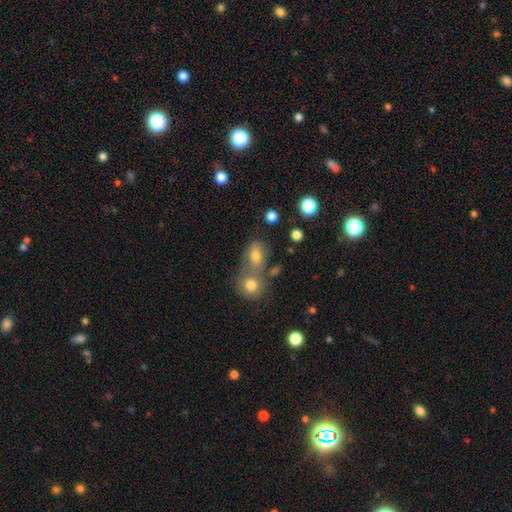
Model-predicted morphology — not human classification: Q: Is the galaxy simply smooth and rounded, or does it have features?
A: smooth — 74%.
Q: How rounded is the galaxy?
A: in between — 69%.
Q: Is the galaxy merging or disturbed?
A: merger — 49%.